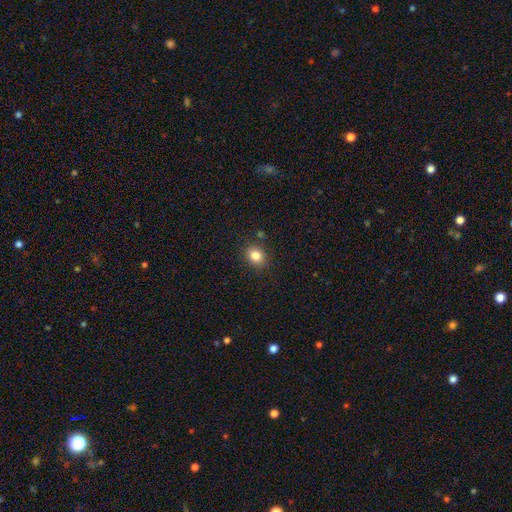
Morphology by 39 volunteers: Overall: smooth (87%). How rounded: round (62%; in between 35%). Merging: none (84%).